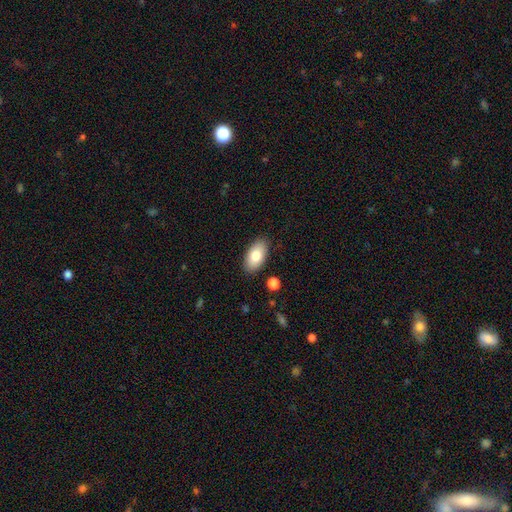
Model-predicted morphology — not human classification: smooth 81%, featured or disk 12%, star or artifact 6%. Down the decision tree: how rounded — in between (94%); merging — none (87%).